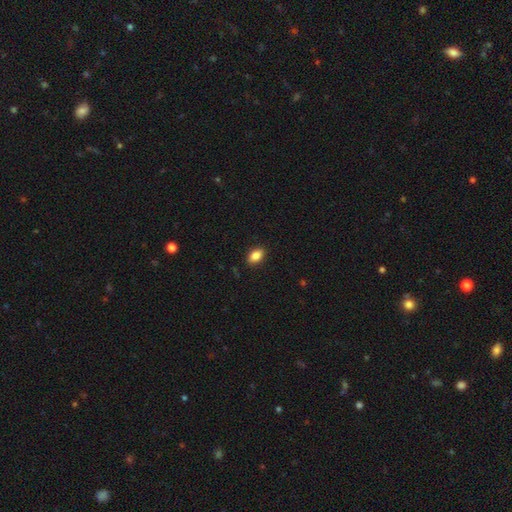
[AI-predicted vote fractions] Smooth or featured: smooth — 86% (star or artifact — 8%)
How rounded: in between — 86% (round — 13%)
Merging: none — 89% (minor disturbance — 8%)